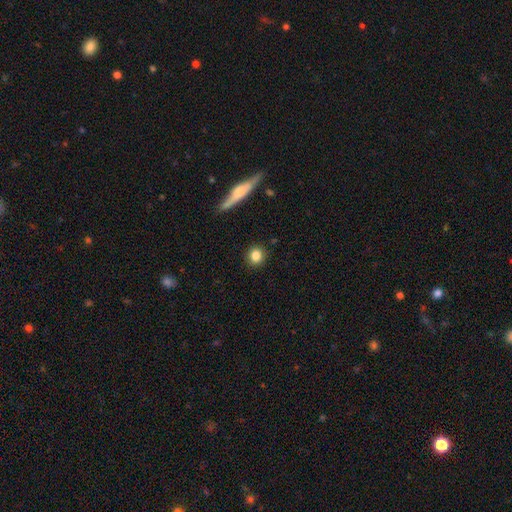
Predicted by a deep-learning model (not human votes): Smooth or featured: smooth — 84% (star or artifact — 9%)
How rounded: round — 86% (in between — 12%)
Merging: none — 90% (minor disturbance — 7%)